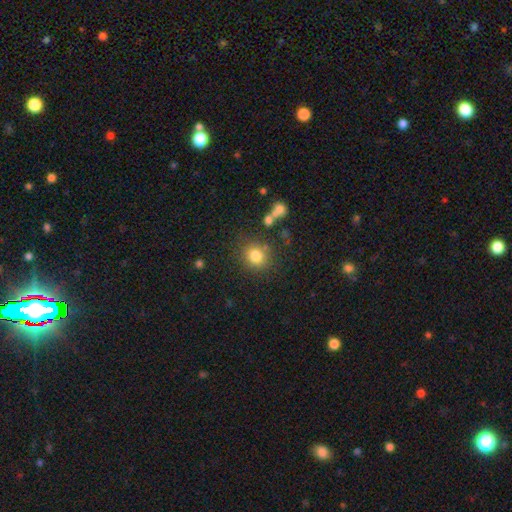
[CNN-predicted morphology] type=smooth (80%); roundness=round (81%); merging=none (80%).